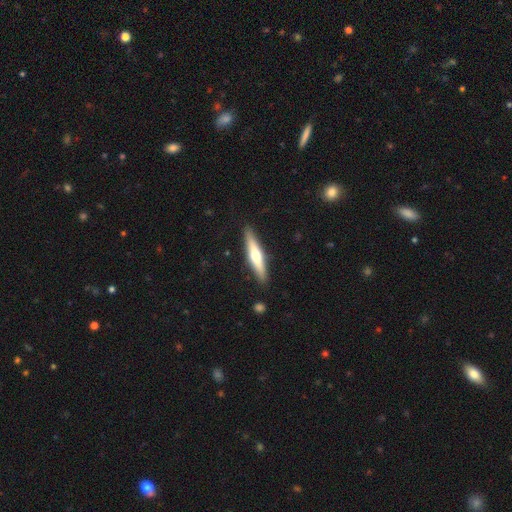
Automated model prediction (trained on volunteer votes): A featured or disk galaxy (53%) viewed edge-on (95%) with a rounded central bulge (89%). Merging: none (89%).